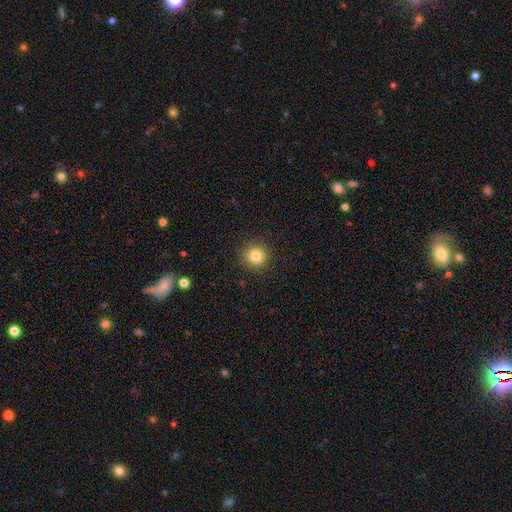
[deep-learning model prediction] Smooth or featured: smooth — 83% (star or artifact — 11%)
How rounded: round — 93% (in between — 6%)
Merging: none — 92% (minor disturbance — 5%)